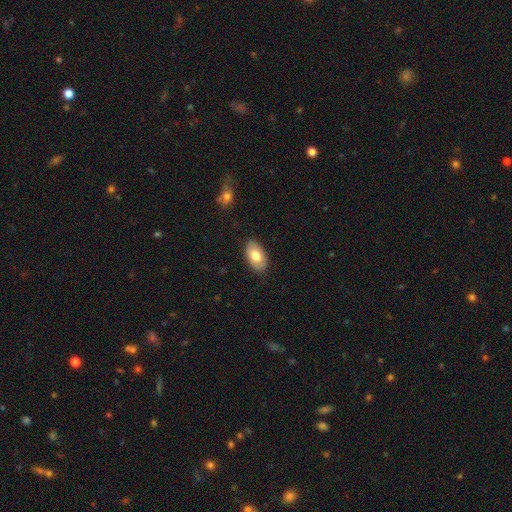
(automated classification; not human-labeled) smooth-or-featured: smooth: 77% | featured or disk: 17% | star or artifact: 6%
  how-rounded: in between: 94% | round: 4% | cigar-shaped: 1%
  merging: none: 86% | minor disturbance: 10% | major disturbance: 2% | merger: 1%